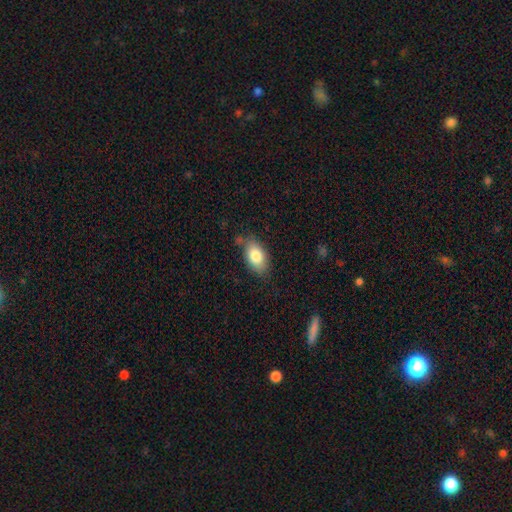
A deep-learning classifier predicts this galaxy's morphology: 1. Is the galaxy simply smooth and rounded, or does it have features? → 81% smooth, 12% featured or disk, 8% star or artifact.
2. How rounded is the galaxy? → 90% in between, 7% round, 2% cigar-shaped.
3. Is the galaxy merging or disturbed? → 73% none, 19% minor disturbance, 4% major disturbance, 3% merger.